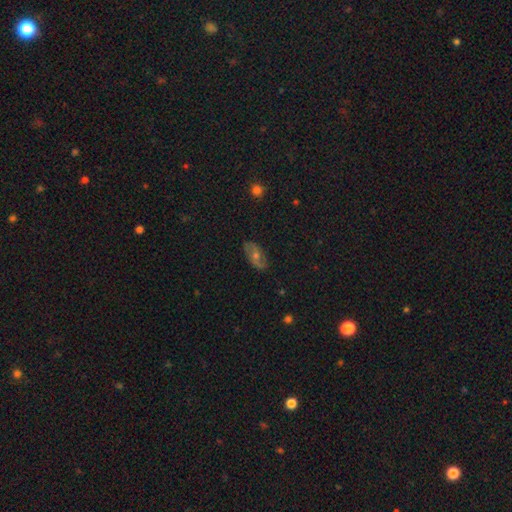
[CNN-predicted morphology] type=featured or disk (58%); edge-on=no (89%); bar=no (59%); spiral arms=yes (76%); bulge=moderate (55%); merging=none (83%).